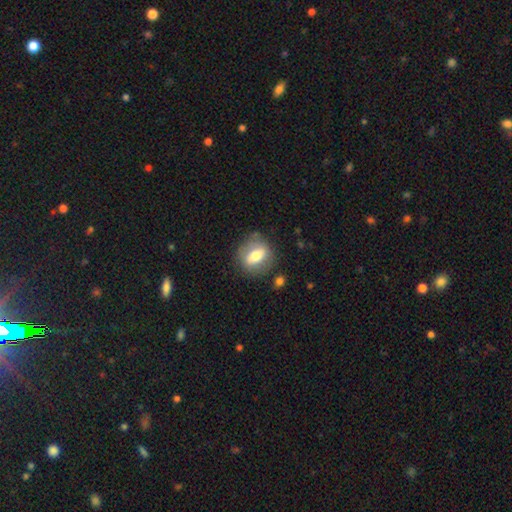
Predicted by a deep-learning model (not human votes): Overall: smooth (60%; featured or disk 33%). How rounded: round (53%; in between 44%). Merging: none (78%).